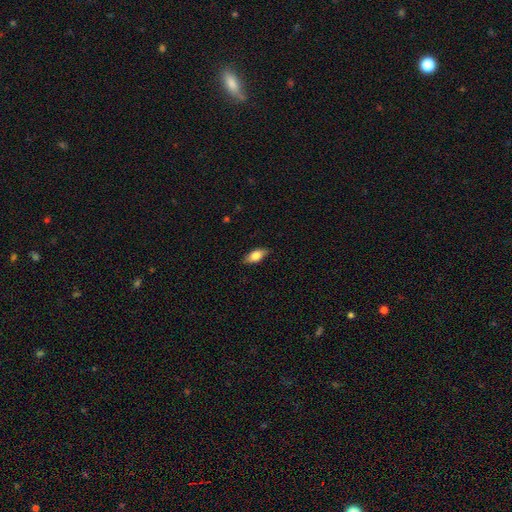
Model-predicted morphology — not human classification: Smooth or featured?
  - smooth: 79% *
  - featured or disk: 14%
  - star or artifact: 7%
How rounded?
  - in between: 85% *
  - cigar-shaped: 12%
  - round: 3%
Merging?
  - none: 85% *
  - minor disturbance: 12%
  - major disturbance: 2%
  - merger: 1%